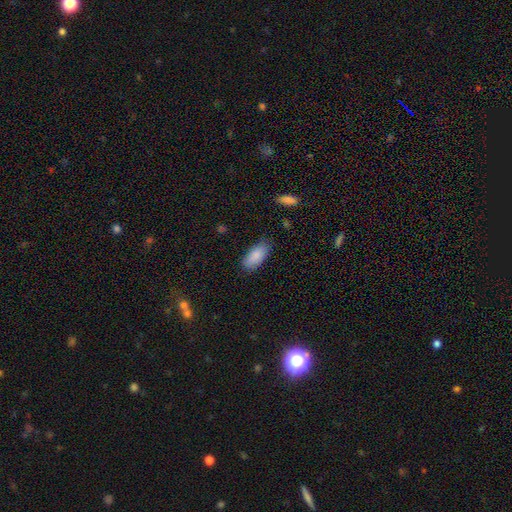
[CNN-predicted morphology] The model was most divided on "merging": none: 79%, minor disturbance: 16%, major disturbance: 3%, merger: 1%. More confident: how rounded — in between (89%); smooth or featured — smooth (87%).